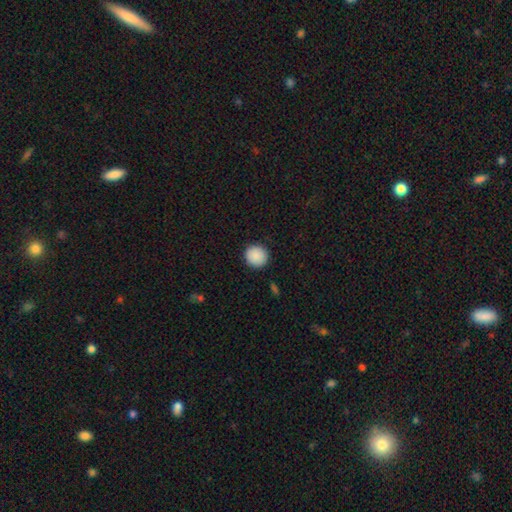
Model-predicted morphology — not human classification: smooth 89%, star or artifact 7%, featured or disk 3%. Down the decision tree: how rounded — round (92%); merging — none (91%).